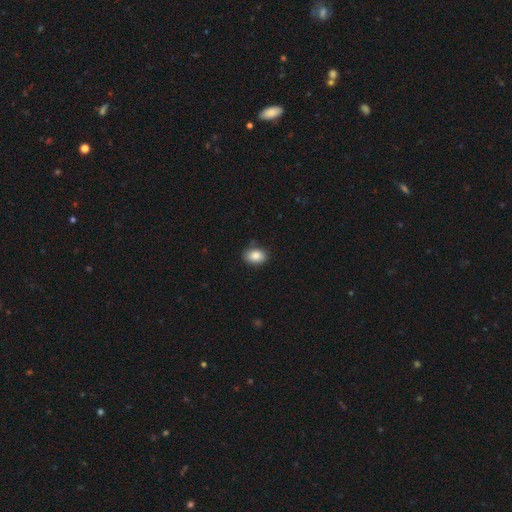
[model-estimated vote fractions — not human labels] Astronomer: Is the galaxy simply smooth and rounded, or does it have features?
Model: smooth — 86%.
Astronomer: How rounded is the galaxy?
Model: in between — 79%.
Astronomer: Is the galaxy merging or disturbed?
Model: none — 82%.